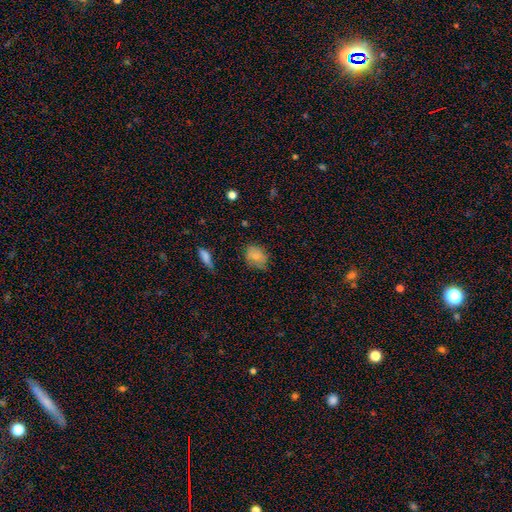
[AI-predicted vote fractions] Morphology: type=smooth (76%); roundness=in between (58%); merging=none (61%).